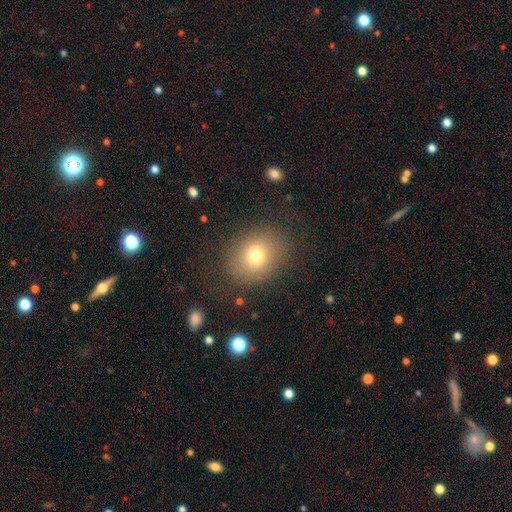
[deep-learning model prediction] Morphology: type=smooth (72%); roundness=round (59%); merging=none (77%).